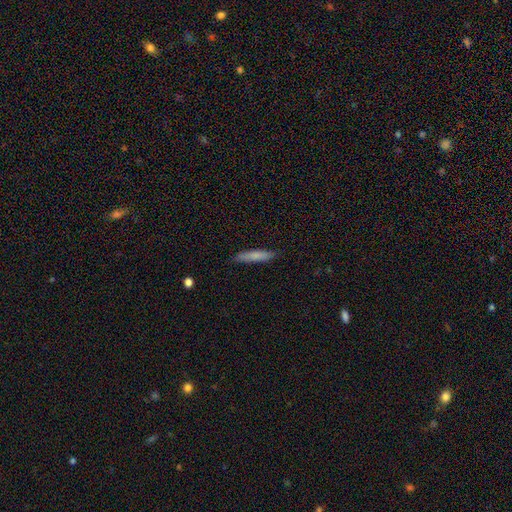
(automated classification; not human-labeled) This is likely a smooth galaxy (78%). How rounded: clearly cigar-shaped (89%). Merging: clearly none (87%).